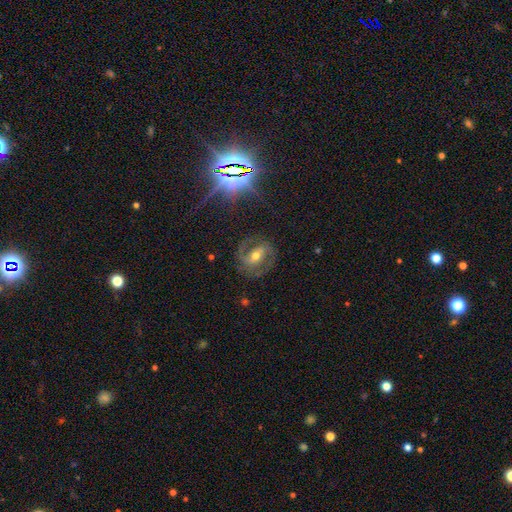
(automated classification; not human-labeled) This appears to be a featured or disk galaxy (77%) with a strong bar (45%), 2 (86%) medium (52%) spiral arms (92%) and a moderate central bulge (64%). Merging: none (78%).